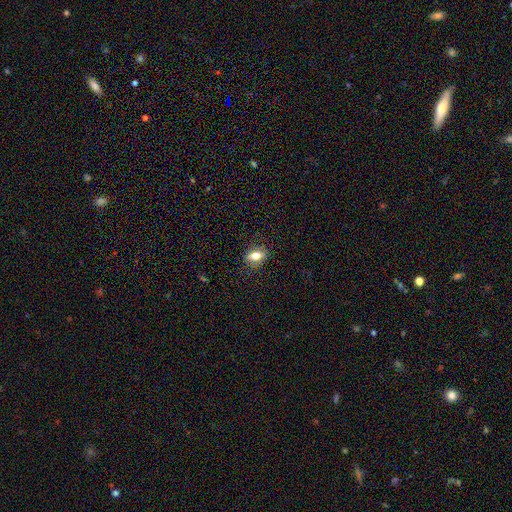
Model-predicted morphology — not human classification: Smooth or featured?
  - smooth: 61% *
  - featured or disk: 26%
  - star or artifact: 12%
How rounded?
  - in between: 71% *
  - round: 20%
  - cigar-shaped: 9%
Merging?
  - none: 85% *
  - minor disturbance: 11%
  - major disturbance: 3%
  - merger: 1%